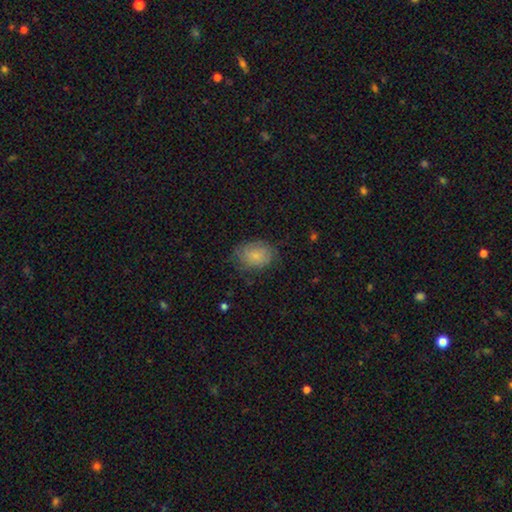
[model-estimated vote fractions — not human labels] A smooth galaxy with no disk features (76%) that is in between round and cigar-shaped (66%).

Vote fractions:
- Smooth or featured? smooth: 76% / featured or disk: 16% / star or artifact: 8%
- How rounded? in between: 66% / round: 33% / cigar-shaped: 1%
- Merging? none: 67% / minor disturbance: 24% / major disturbance: 7% / merger: 1%